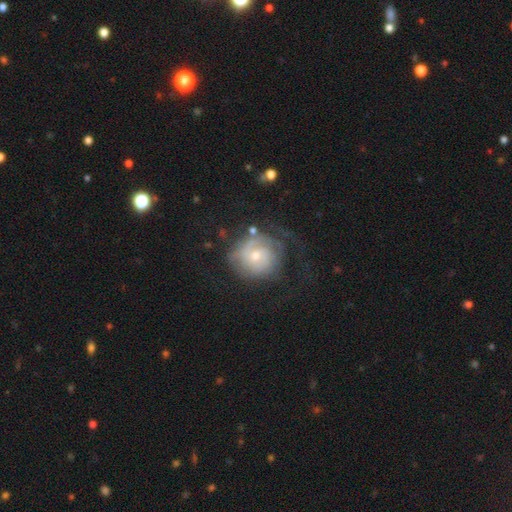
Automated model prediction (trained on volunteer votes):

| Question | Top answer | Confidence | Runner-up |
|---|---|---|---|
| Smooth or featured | featured or disk | 66% | smooth (26%) |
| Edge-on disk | no | 97% | yes (3%) |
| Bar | no | 70% | weak (26%) |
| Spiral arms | yes | 83% | no (17%) |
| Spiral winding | tight | 55% | medium (29%) |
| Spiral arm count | can't tell | 41% | 2 (30%) |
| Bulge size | small | 51% | moderate (44%) |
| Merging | none | 49% | major disturbance (26%) |